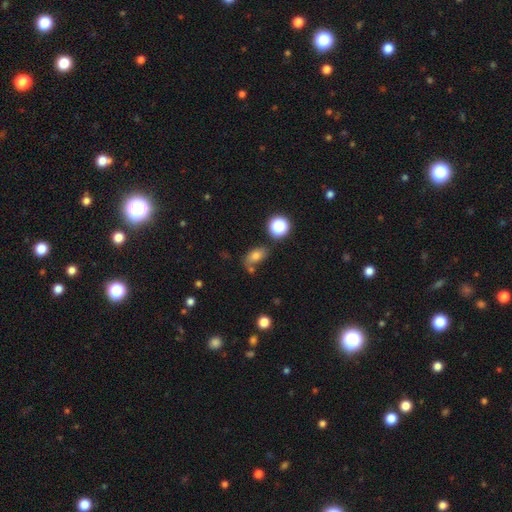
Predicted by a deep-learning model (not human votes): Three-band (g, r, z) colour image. It shows a smooth galaxy with no disk features (74%) that is in between round and cigar-shaped (82%). Merging: none (56%).